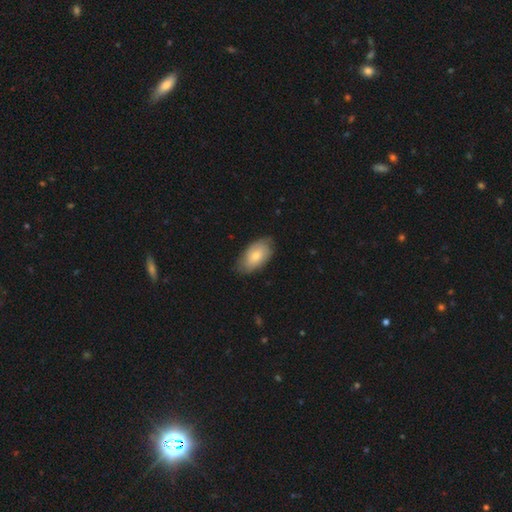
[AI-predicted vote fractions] smooth_or_featured: smooth (p=0.66) [alt: featured or disk p=0.28]
how_rounded: in between (p=0.93) [alt: round p=0.05]
merging: none (p=0.72) [alt: minor disturbance p=0.23]